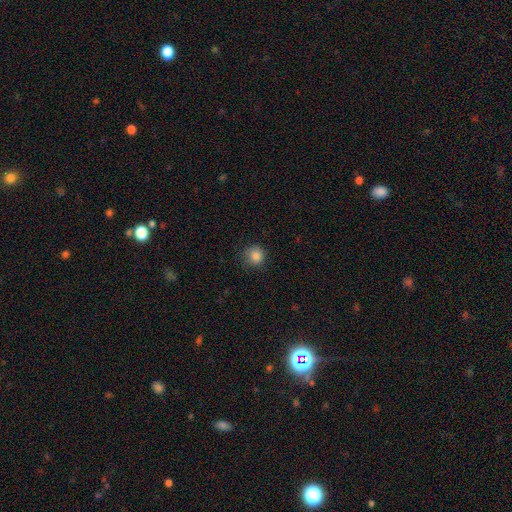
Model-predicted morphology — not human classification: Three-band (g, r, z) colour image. It shows a smooth galaxy with no disk features (85%) that is round (90%). Merging: none (78%).